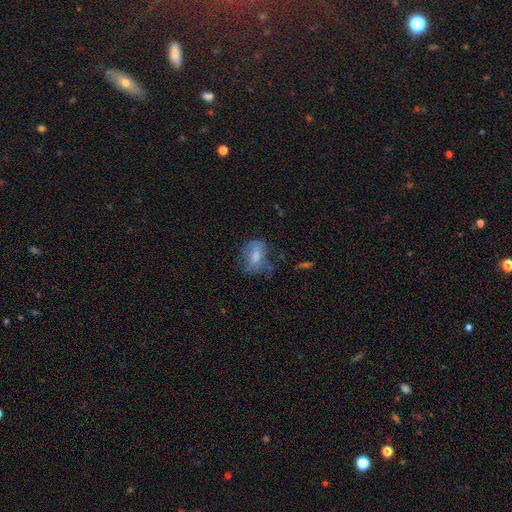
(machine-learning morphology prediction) Overall: smooth (63%; featured or disk 27%). How rounded: in between (72%). Merging: none (46%; minor disturbance 29%).